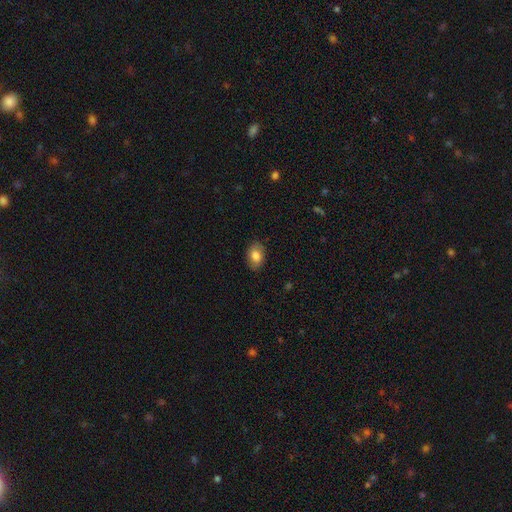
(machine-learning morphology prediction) Smooth or featured? Predicted: smooth (p=0.80). How rounded? Predicted: in between (p=0.84). Merging? Predicted: none (p=0.85).